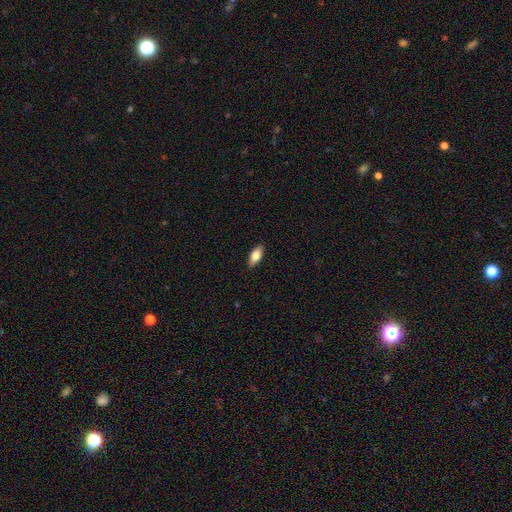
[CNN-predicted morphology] This is likely a smooth galaxy (77%). How rounded: clearly in between (85%). Merging: clearly none (88%).